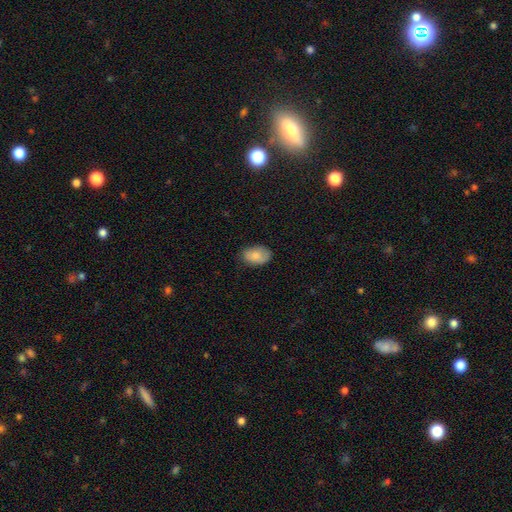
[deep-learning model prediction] The model was most divided on "merging": none: 75%, minor disturbance: 20%, major disturbance: 4%, merger: 1%. More confident: how rounded — in between (88%); smooth or featured — smooth (82%).